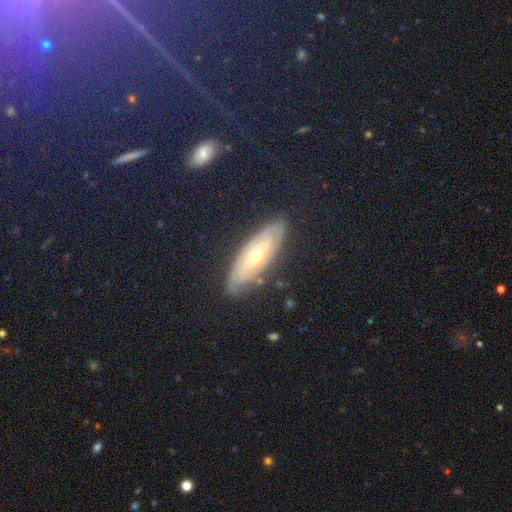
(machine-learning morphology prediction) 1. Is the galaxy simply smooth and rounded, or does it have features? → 58% featured or disk, 23% star or artifact, 20% smooth.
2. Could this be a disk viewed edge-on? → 73% no, 27% yes.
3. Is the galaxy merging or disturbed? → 83% none, 12% minor disturbance, 3% major disturbance, 2% merger.